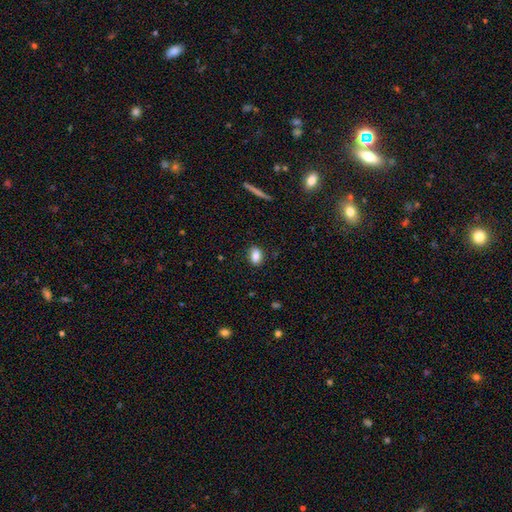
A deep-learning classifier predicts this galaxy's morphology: The model was most divided on "how rounded": in between: 80%, round: 16%, cigar-shaped: 4%. More confident: merging — none (85%); smooth or featured — smooth (84%).